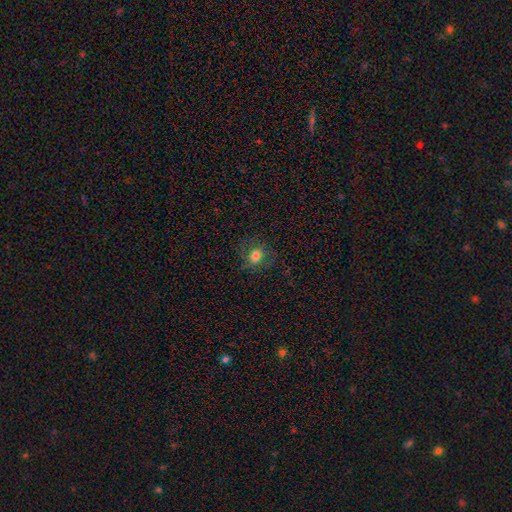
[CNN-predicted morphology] Smooth or featured?
  - smooth: 69% *
  - featured or disk: 17%
  - star or artifact: 14%
How rounded?
  - round: 56% *
  - in between: 42%
  - cigar-shaped: 1%
Merging?
  - none: 74% *
  - minor disturbance: 16%
  - major disturbance: 9%
  - merger: 1%